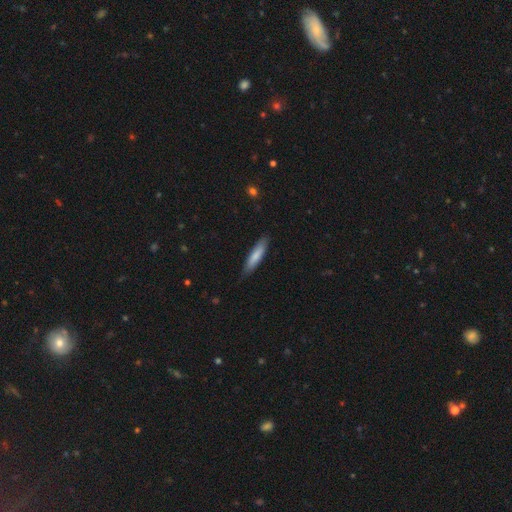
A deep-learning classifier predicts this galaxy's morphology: Smooth or featured? Predicted: smooth (p=0.78). How rounded? Predicted: cigar-shaped (p=0.82). Merging? Predicted: none (p=0.83).